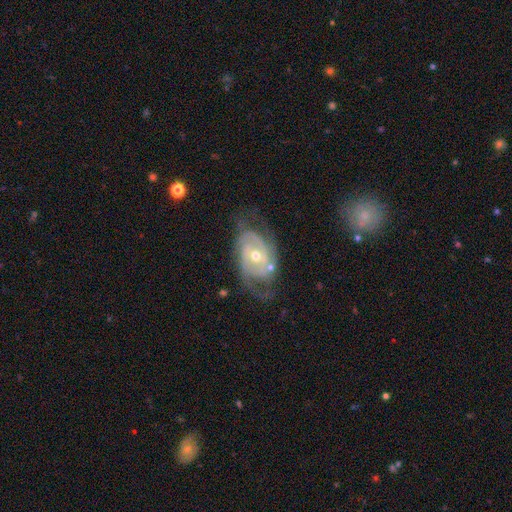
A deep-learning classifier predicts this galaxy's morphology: Smooth or featured?
  - featured or disk: 86% *
  - smooth: 8%
  - star or artifact: 5%
Edge-on disk?
  - no: 96% *
  - yes: 4%
Bar?
  - no: 64% *
  - weak: 27%
  - strong: 8%
Spiral arms?
  - yes: 93% *
  - no: 7%
Spiral winding?
  - tight: 59% *
  - medium: 32%
  - loose: 9%
Spiral arm count?
  - 2: 53% *
  - can't tell: 19%
  - 3: 17%
  - 1: 4%
  - 4: 4%
  - more than 4: 3%
Bulge size?
  - moderate: 63% *
  - small: 33%
  - large: 2%
  - none: 1%
  - dominant: 1%
Merging?
  - none: 60% *
  - minor disturbance: 23%
  - major disturbance: 13%
  - merger: 4%